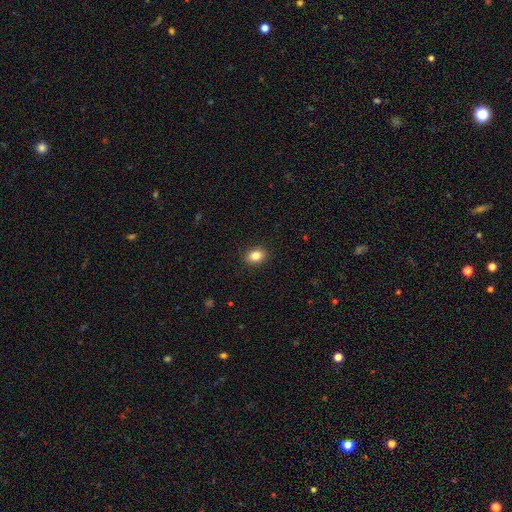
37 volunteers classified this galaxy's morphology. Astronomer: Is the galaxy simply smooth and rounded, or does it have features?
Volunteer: smooth — 84%.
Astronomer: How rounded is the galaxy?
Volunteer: in between — 74%.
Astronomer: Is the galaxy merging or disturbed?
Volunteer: none — 91%.